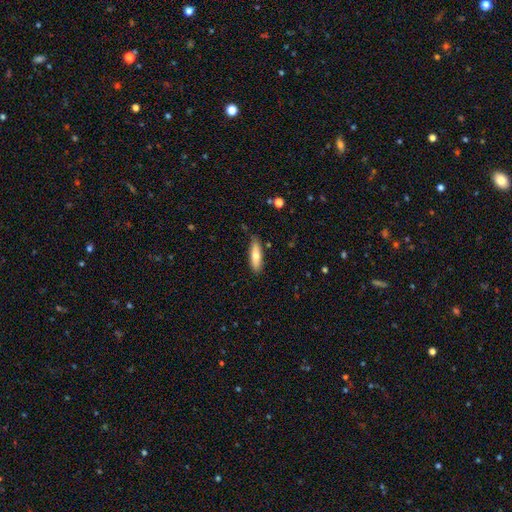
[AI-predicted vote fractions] Overall: smooth (71%). How rounded: cigar-shaped (57%; in between 41%). Merging: none (82%).